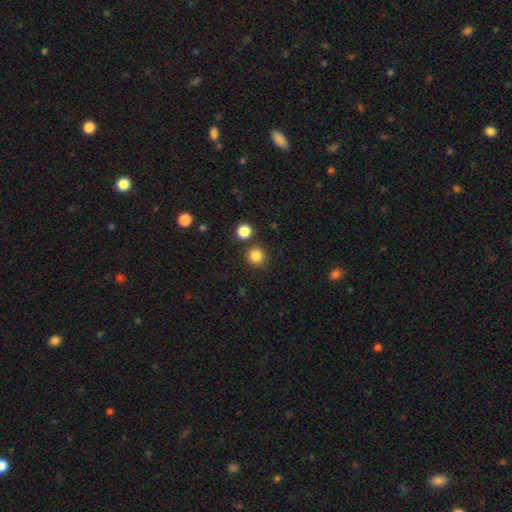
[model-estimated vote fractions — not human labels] This appears to be a smooth galaxy with no disk features (84%) that is round (93%). Merging: none (85%).